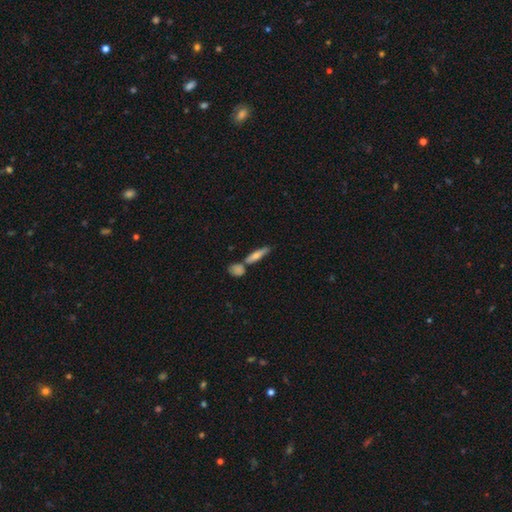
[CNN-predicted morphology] This appears to be a smooth galaxy with no disk features (52%) that is cigar-shaped (72%). Merging: none (63%).